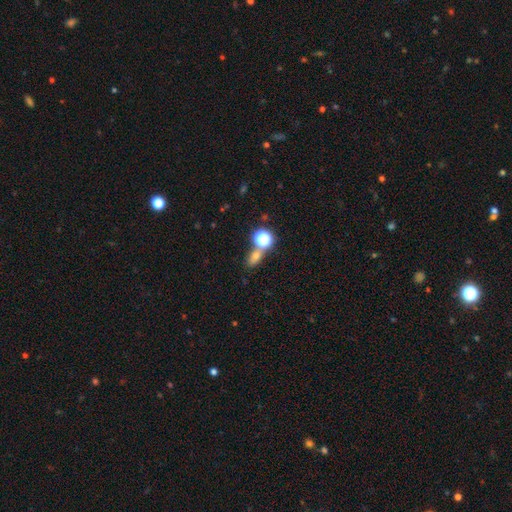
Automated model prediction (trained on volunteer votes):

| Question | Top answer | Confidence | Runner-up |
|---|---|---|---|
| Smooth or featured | smooth | 61% | star or artifact (28%) |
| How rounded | in between | 59% | round (35%) |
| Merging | none | 61% | merger (23%) |